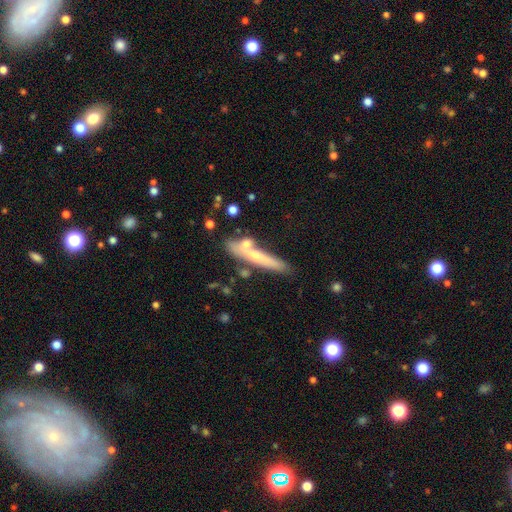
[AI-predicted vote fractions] Smooth or featured? Predicted: smooth (p=0.52). How rounded? Predicted: cigar-shaped (p=0.91). Merging? Predicted: none (p=0.62).